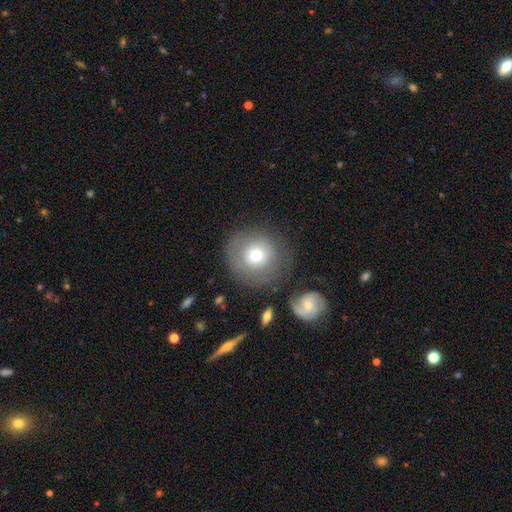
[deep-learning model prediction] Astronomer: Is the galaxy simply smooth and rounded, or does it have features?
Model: smooth — 69%.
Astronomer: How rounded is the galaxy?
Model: round — 89%.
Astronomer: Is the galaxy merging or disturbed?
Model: none — 72%.